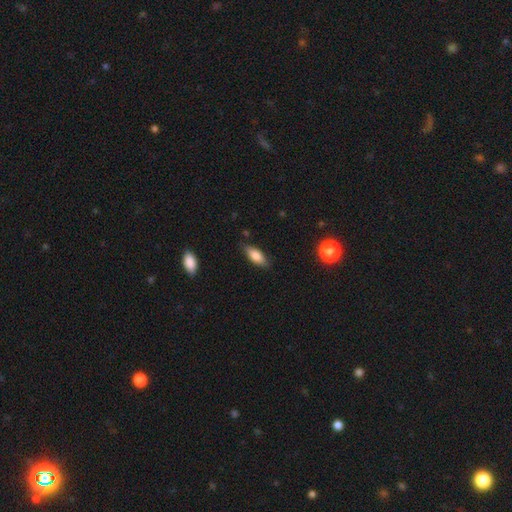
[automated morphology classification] This appears to be a smooth galaxy with no disk features (78%) that is in between round and cigar-shaped (76%). Merging: none (82%).